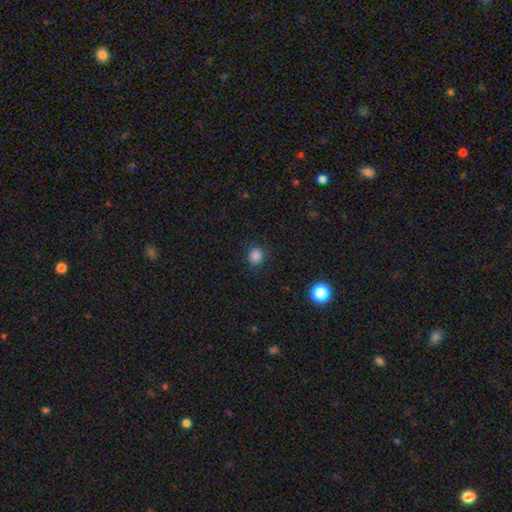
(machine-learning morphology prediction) A smooth galaxy with no disk features (84%) that is round (84%). Merging: none (87%).